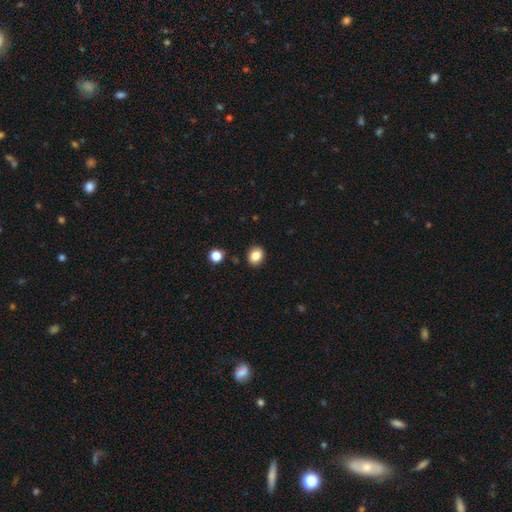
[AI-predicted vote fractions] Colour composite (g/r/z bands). It shows a smooth galaxy with no disk features (85%) that is round (52%). Merging: none (89%).